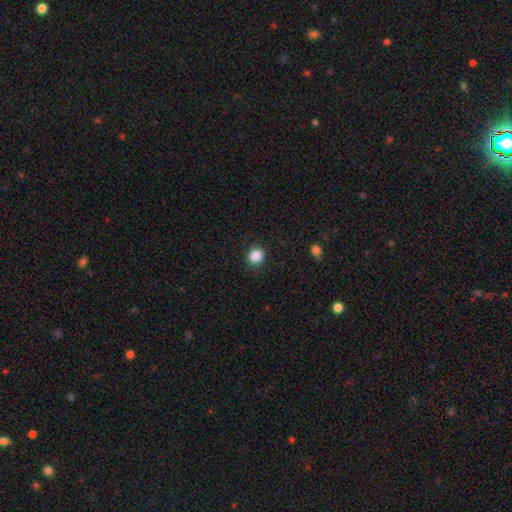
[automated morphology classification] Smooth or featured: smooth — 87% (star or artifact — 10%)
How rounded: round — 89% (in between — 10%)
Merging: none — 88% (minor disturbance — 8%)